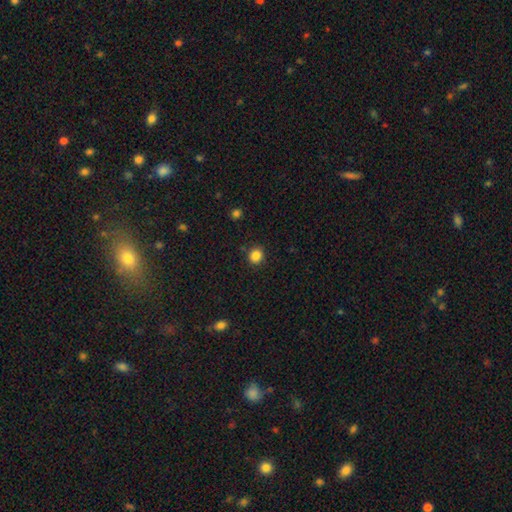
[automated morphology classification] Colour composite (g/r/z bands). It shows a smooth galaxy with no disk features (85%) that is round (84%). Merging: none (89%).